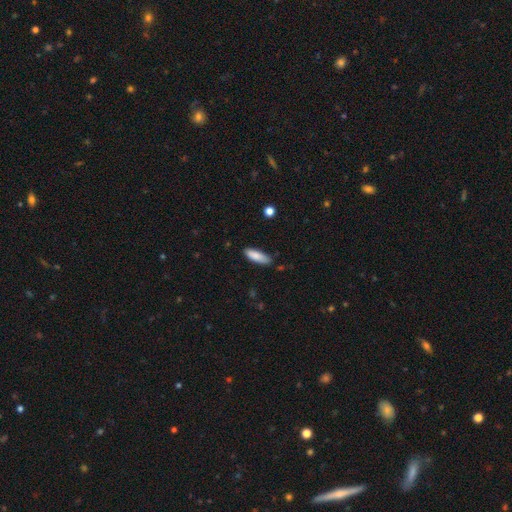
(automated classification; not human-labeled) Smooth or featured? smooth (85%)
How rounded? in between (57%)
Merging? none (76%)